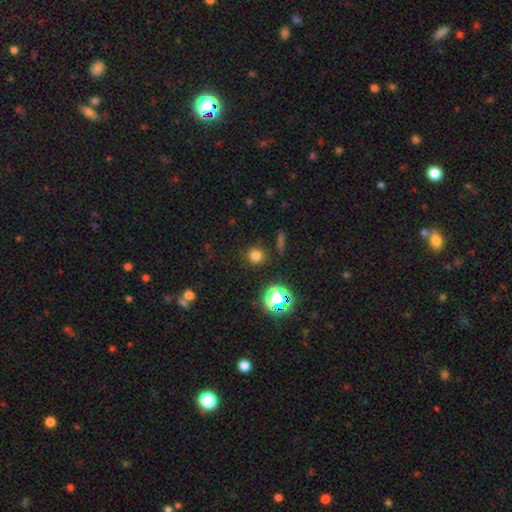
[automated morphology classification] type=smooth (75%); roundness=round (91%); merging=none (89%).